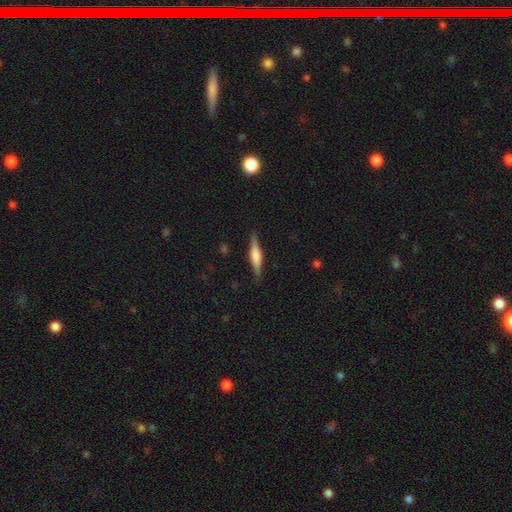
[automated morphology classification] smooth_or_featured: featured or disk (p=0.50) [alt: smooth p=0.43]
disk_edge_on: yes (p=0.96) [alt: no p=0.04]
merging: none (p=0.88) [alt: minor disturbance p=0.09]